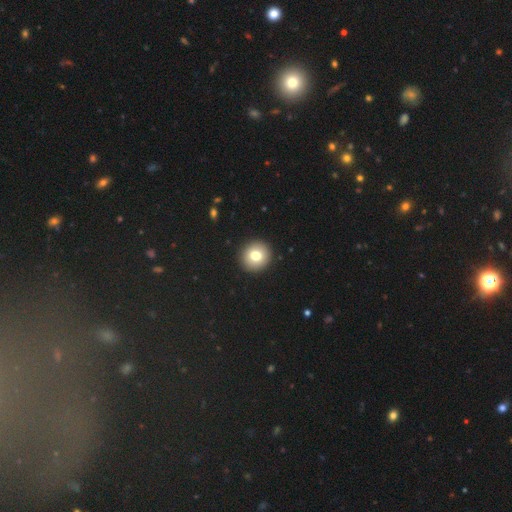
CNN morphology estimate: The model was most divided on "smooth or featured": smooth: 77%, featured or disk: 13%, star or artifact: 10%. More confident: merging — none (93%); how rounded — round (93%).